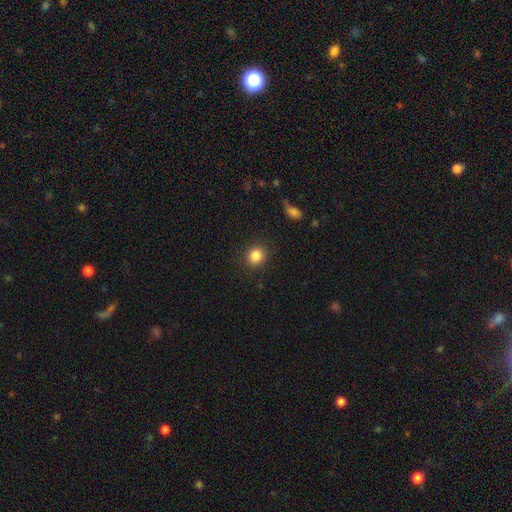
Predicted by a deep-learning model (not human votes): A smooth galaxy with no disk features (85%) that is round (82%).

Vote fractions:
- Smooth or featured? smooth: 85% / star or artifact: 10% / featured or disk: 5%
- How rounded? round: 82% / in between: 17% / cigar-shaped: 1%
- Merging? none: 89% / minor disturbance: 7% / major disturbance: 3% / merger: 1%